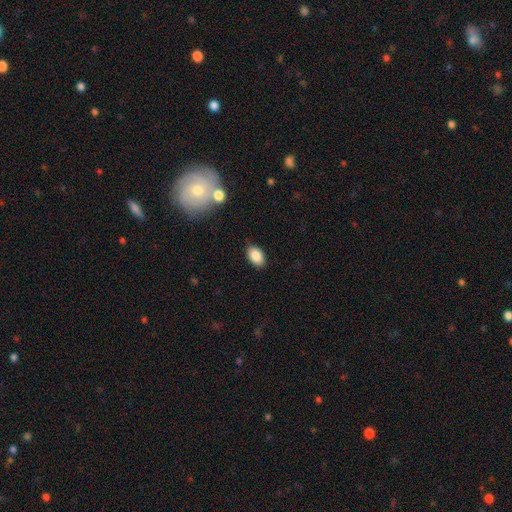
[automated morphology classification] A smooth galaxy with no disk features (87%) that is in between round and cigar-shaped (91%).

Vote fractions:
- Smooth or featured? smooth: 87% / star or artifact: 8% / featured or disk: 5%
- How rounded? in between: 91% / round: 8% / cigar-shaped: 1%
- Merging? none: 87% / minor disturbance: 9% / major disturbance: 2% / merger: 1%